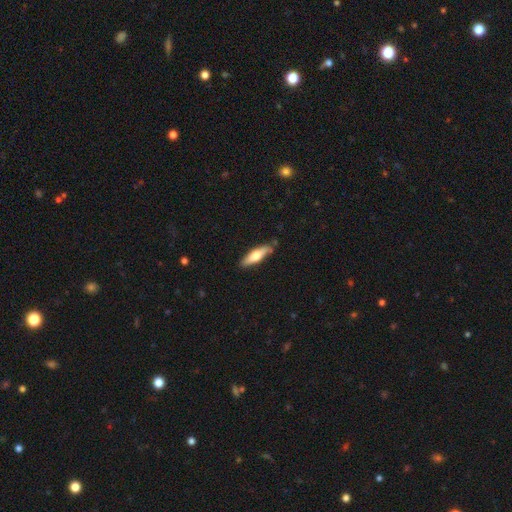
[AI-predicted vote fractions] Smooth or featured? Predicted: smooth (p=0.56). How rounded? Predicted: cigar-shaped (p=0.64). Merging? Predicted: none (p=0.78).